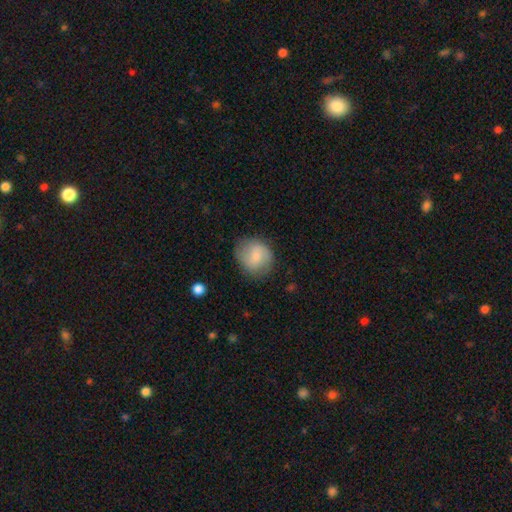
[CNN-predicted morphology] Overall: smooth (63%; featured or disk 30%). How rounded: round (75%). Merging: none (75%).